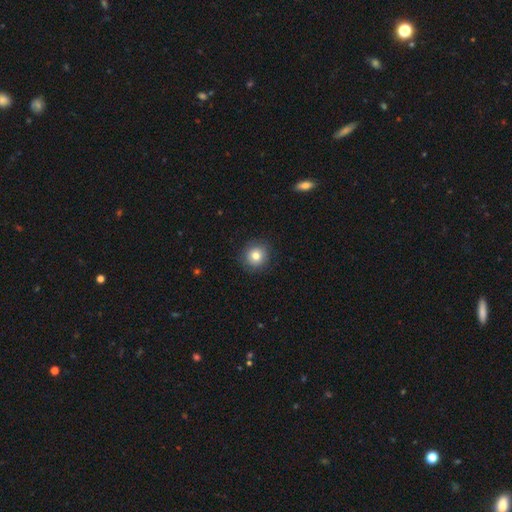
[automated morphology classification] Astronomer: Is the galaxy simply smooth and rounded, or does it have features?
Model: smooth — 79%.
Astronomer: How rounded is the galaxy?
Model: round — 92%.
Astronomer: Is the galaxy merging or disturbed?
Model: none — 89%.